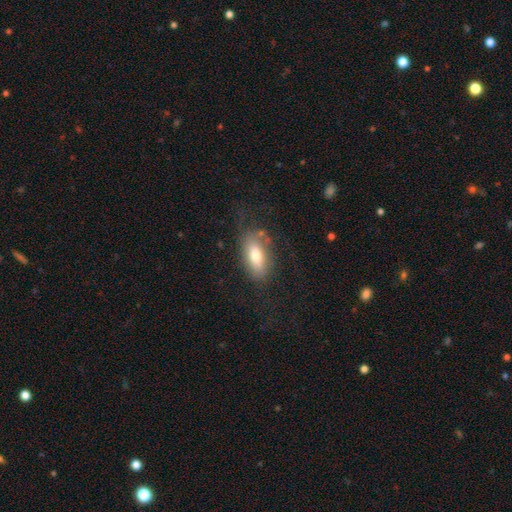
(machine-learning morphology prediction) smooth 73%, featured or disk 19%, star or artifact 8%. Down the decision tree: how rounded — in between (85%); merging — none (71%).